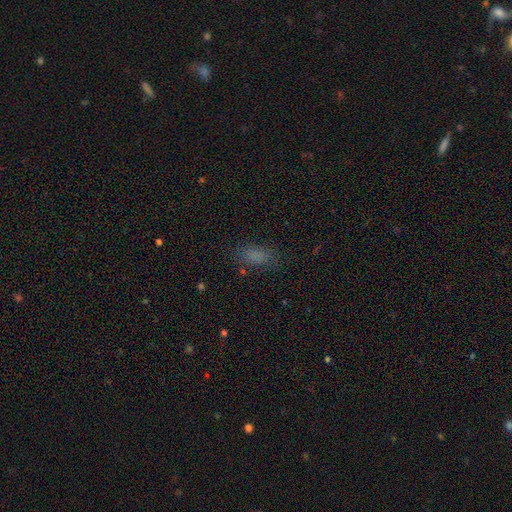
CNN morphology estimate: smooth-or-featured: smooth: 76% | star or artifact: 16% | featured or disk: 8%
  how-rounded: in between: 83% | cigar-shaped: 12% | round: 6%
  merging: none: 74% | minor disturbance: 16% | major disturbance: 8% | merger: 2%